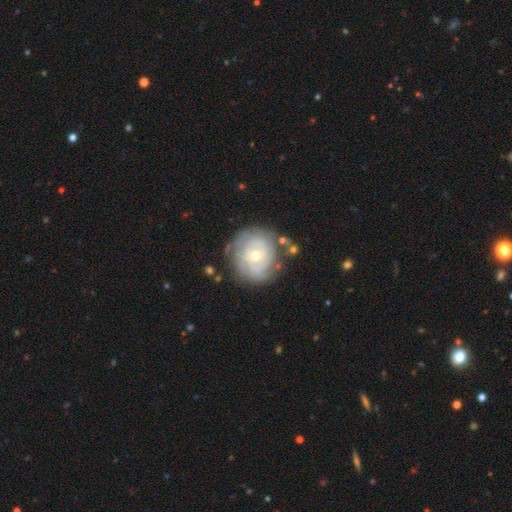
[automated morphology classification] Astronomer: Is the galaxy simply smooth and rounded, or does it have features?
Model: featured or disk — 74%.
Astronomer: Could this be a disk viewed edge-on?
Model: no — 97%.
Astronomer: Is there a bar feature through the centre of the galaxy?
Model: no — 76%.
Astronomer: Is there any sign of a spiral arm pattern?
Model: yes — 84%.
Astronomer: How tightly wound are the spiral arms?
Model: tight — 77%.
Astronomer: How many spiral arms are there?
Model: can't tell — 44% (runner-up: 2, 27%).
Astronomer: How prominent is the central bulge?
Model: small — 52% (runner-up: moderate, 45%).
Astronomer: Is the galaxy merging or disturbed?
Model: none — 73%.